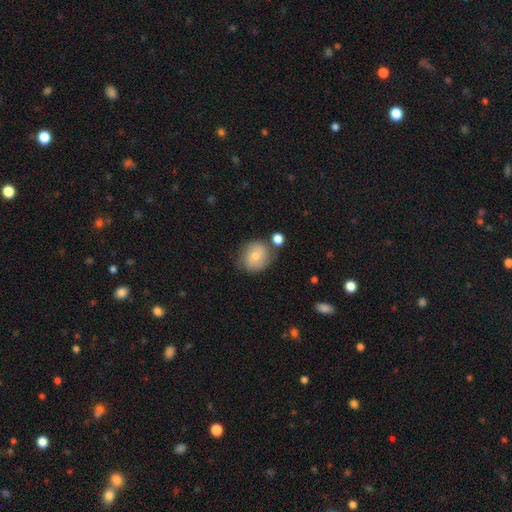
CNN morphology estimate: type=smooth (70%); roundness=round (75%); merging=none (64%).